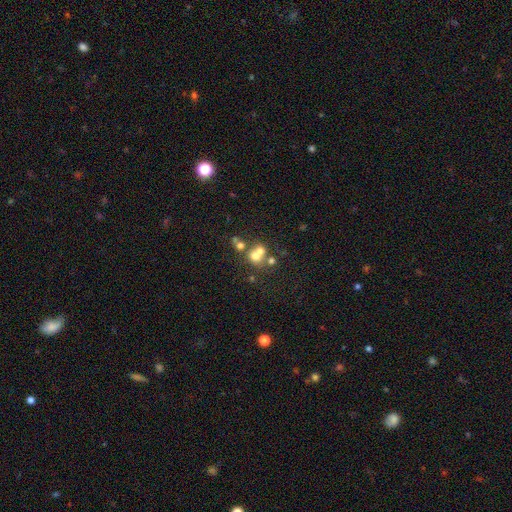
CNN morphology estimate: A smooth galaxy with no disk features (60%) that is round (80%). Merging: merger (54%).